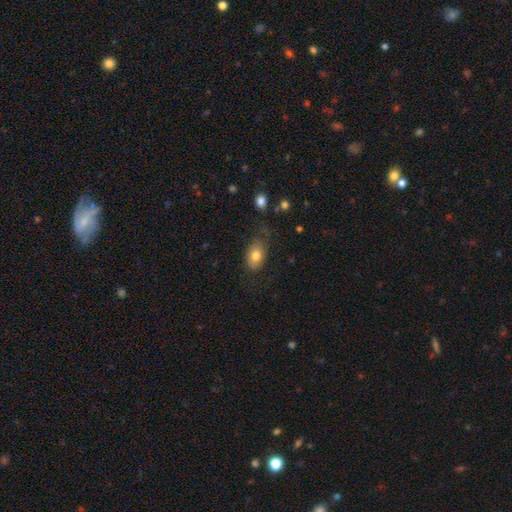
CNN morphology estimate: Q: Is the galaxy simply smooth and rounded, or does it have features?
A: smooth — 78%.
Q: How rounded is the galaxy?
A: in between — 85%.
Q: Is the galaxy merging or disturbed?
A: none — 62%.